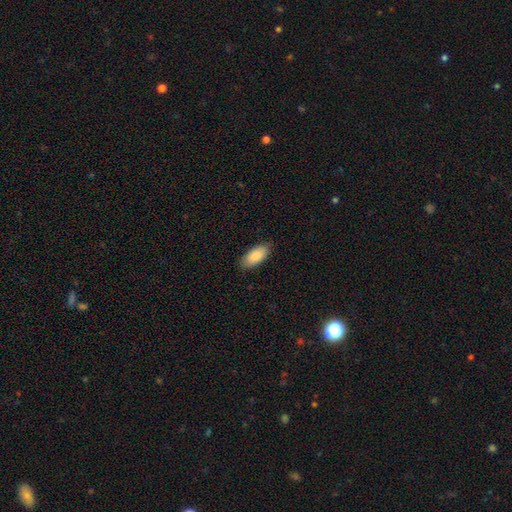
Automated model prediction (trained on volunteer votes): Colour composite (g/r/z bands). It shows a smooth galaxy with no disk features (87%) that is in between round and cigar-shaped (90%). Merging: none (87%).